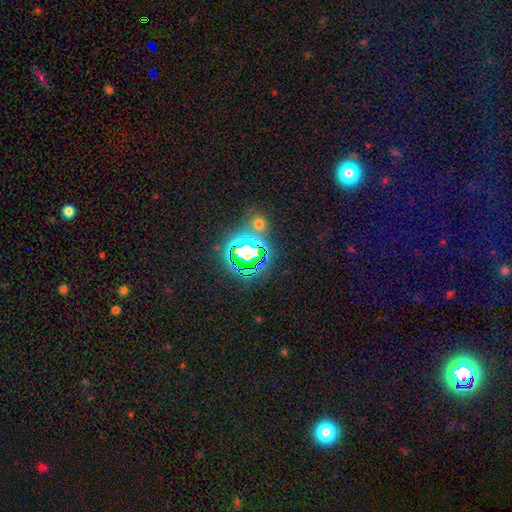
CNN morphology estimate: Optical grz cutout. It shows a star or artifact, not a galaxy (70%).